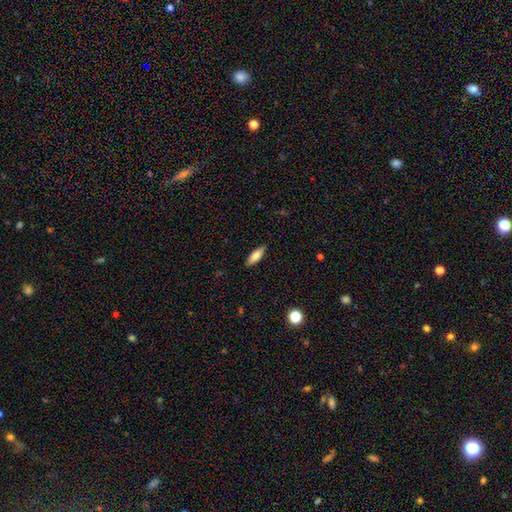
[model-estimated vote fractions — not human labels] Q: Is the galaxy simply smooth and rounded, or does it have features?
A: smooth — 75%.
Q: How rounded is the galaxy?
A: in between — 55%.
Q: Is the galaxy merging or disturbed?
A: none — 89%.